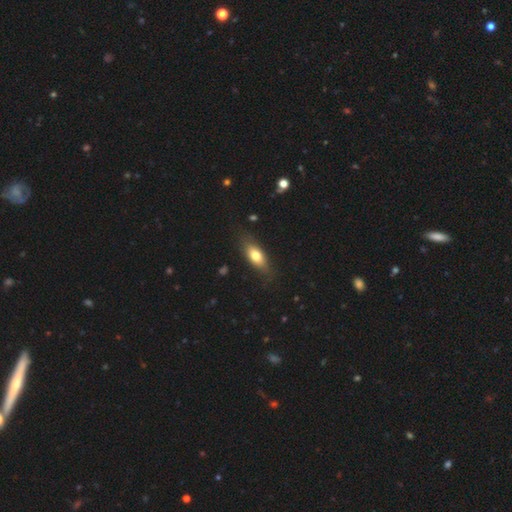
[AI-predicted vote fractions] Smooth or featured? Predicted: smooth (p=0.70). How rounded? Predicted: in between (p=0.76). Merging? Predicted: none (p=0.76).